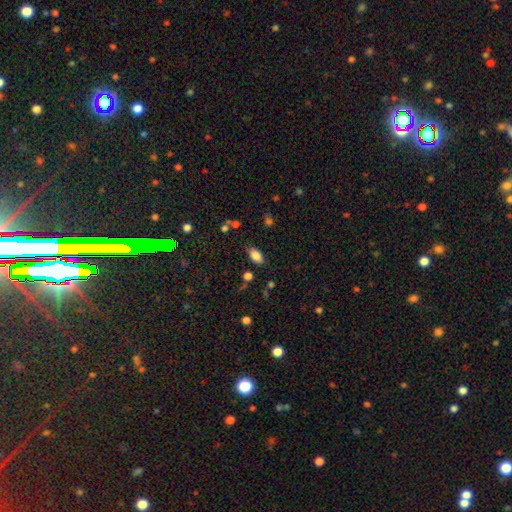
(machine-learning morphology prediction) smooth 84%, star or artifact 9%, featured or disk 7%. Down the decision tree: how rounded — in between (92%); merging — none (83%).